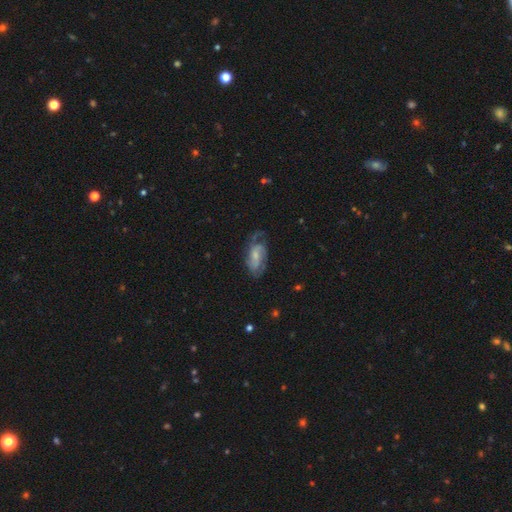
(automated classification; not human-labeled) Smooth or featured: featured or disk — 72% (smooth — 22%)
Edge-on disk: no — 95% (yes — 5%)
Bar: no — 47% (weak — 42%)
Spiral arms: yes — 91% (no — 9%)
Spiral winding: medium — 46% (tight — 32%)
Spiral arm count: 2 — 53% (can't tell — 21%)
Bulge size: small — 57% (moderate — 30%)
Merging: none — 57% (minor disturbance — 25%)